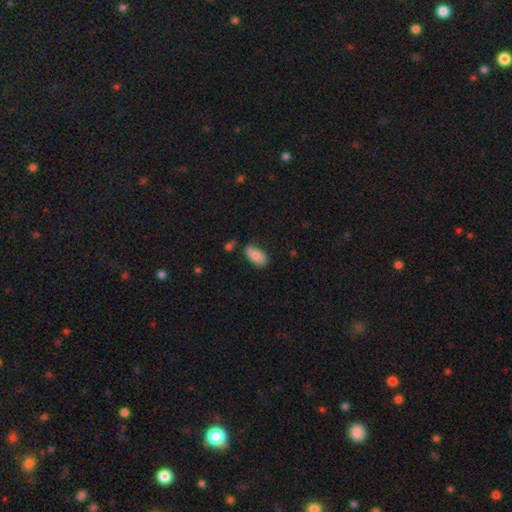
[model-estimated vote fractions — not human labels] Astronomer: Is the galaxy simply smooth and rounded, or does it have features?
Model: smooth — 77%.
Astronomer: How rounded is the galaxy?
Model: in between — 93%.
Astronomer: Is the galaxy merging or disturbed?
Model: none — 62%.